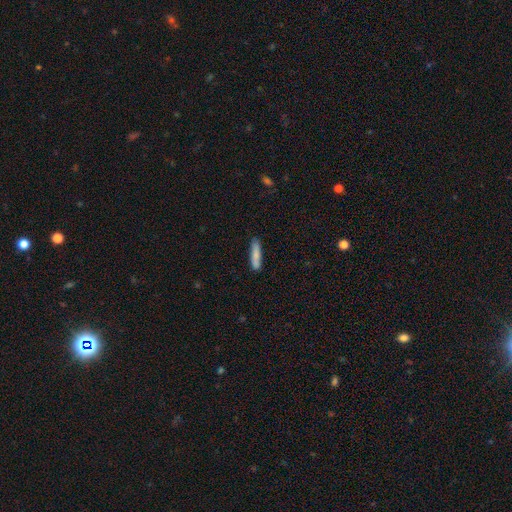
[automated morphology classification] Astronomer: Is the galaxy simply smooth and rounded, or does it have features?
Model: smooth — 79%.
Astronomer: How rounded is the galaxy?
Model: cigar-shaped — 82%.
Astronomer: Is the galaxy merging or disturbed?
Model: none — 79%.